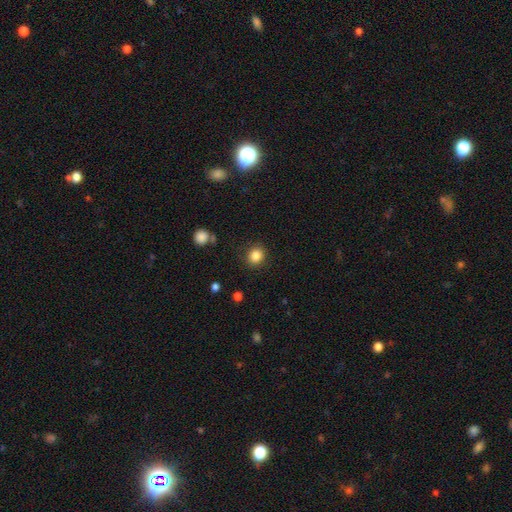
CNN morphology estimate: Smooth or featured?
  - smooth: 85% *
  - star or artifact: 10%
  - featured or disk: 5%
How rounded?
  - round: 77% *
  - in between: 22%
  - cigar-shaped: 1%
Merging?
  - none: 88% *
  - minor disturbance: 8%
  - major disturbance: 3%
  - merger: 1%